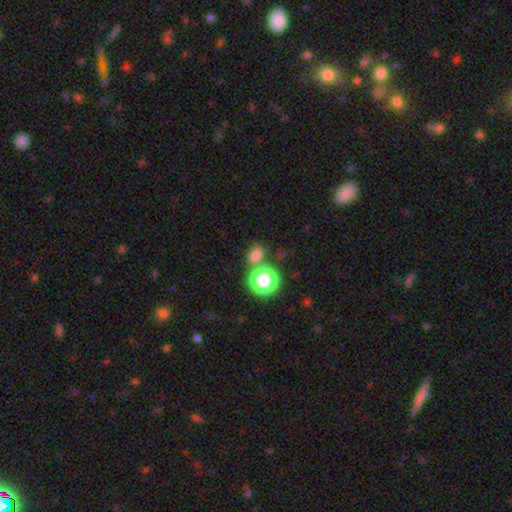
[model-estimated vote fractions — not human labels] Morphology: type=star or artifact (56%).